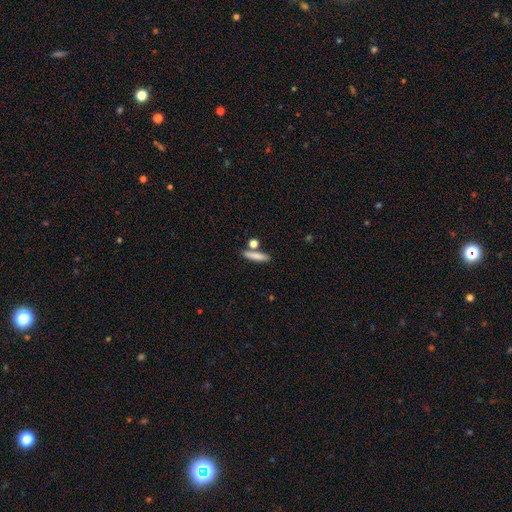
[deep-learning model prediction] A smooth galaxy with no disk features (82%) that is cigar-shaped (77%). Merging: none (76%).